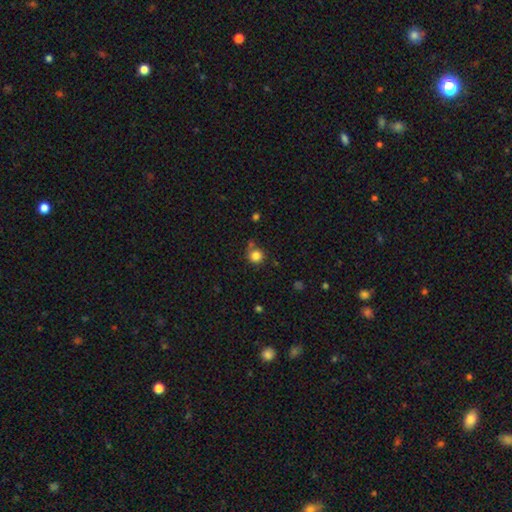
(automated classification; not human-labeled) Q: Smooth or featured?
A: smooth (83%); runner-up: star or artifact (12%)
Q: How rounded?
A: round (91%); runner-up: in between (8%)
Q: Merging?
A: none (69%); runner-up: minor disturbance (14%)